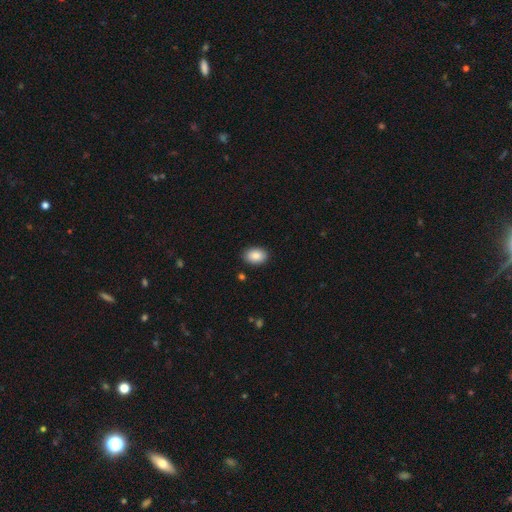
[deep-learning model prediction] Smooth or featured: smooth — 87% (star or artifact — 7%)
How rounded: in between — 85% (round — 14%)
Merging: none — 89% (minor disturbance — 8%)